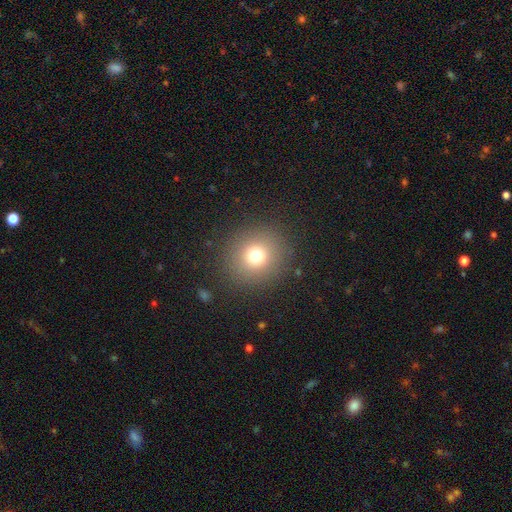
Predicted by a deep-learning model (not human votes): A smooth galaxy with no disk features (74%) that is round (91%). Merging: none (88%).